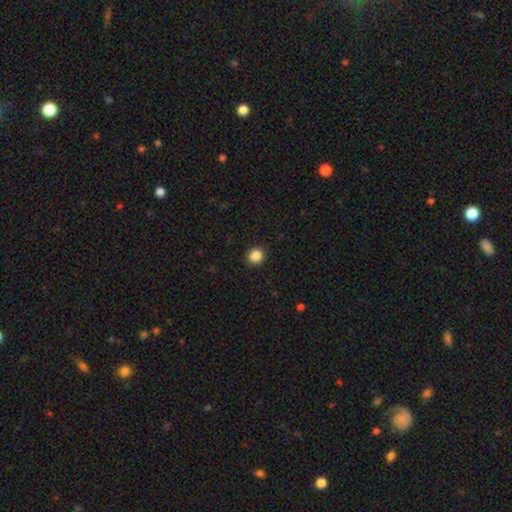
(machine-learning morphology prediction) The model was most divided on "smooth or featured": smooth: 87%, star or artifact: 10%, featured or disk: 3%. More confident: merging — none (92%); how rounded — round (89%).